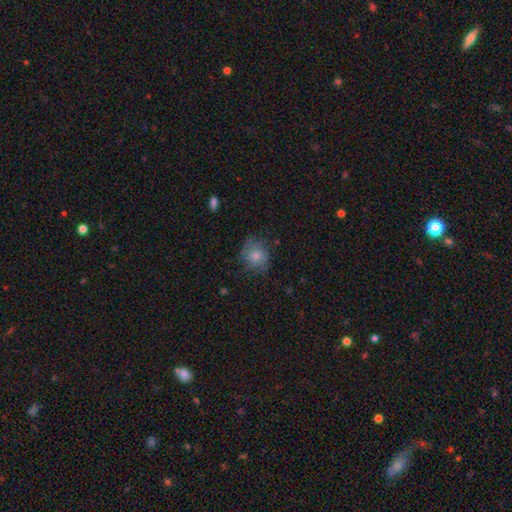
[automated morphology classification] smooth-or-featured: smooth: 71% | featured or disk: 20% | star or artifact: 10%
  how-rounded: round: 77% | in between: 22% | cigar-shaped: 1%
  merging: none: 67% | minor disturbance: 23% | major disturbance: 9% | merger: 1%